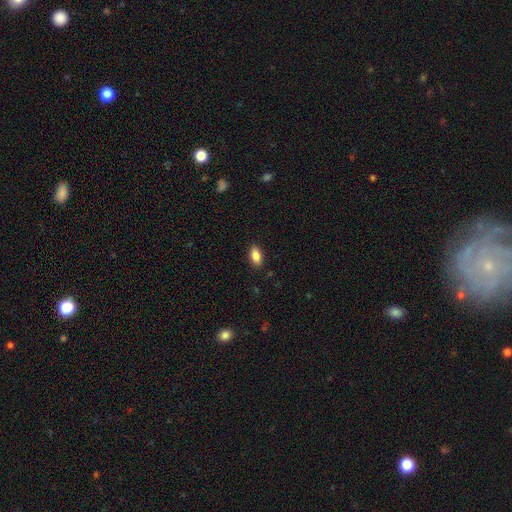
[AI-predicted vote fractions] smooth-or-featured: smooth: 87% | star or artifact: 8% | featured or disk: 6%
  how-rounded: in between: 91% | cigar-shaped: 5% | round: 4%
  merging: none: 88% | minor disturbance: 9% | major disturbance: 2% | merger: 1%